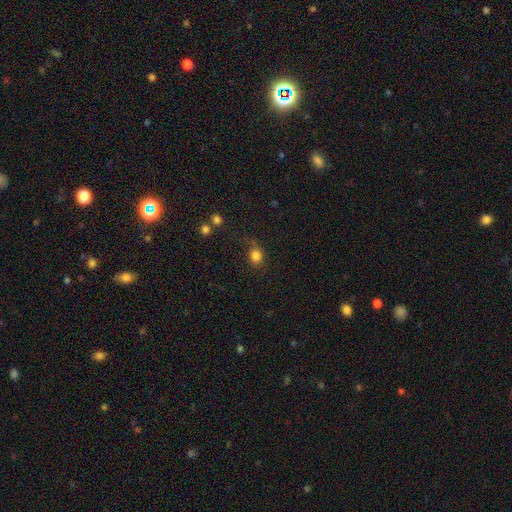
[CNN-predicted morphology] Smooth or featured? Predicted: smooth (p=0.83). How rounded? Predicted: round (p=0.64). Merging? Predicted: none (p=0.65).